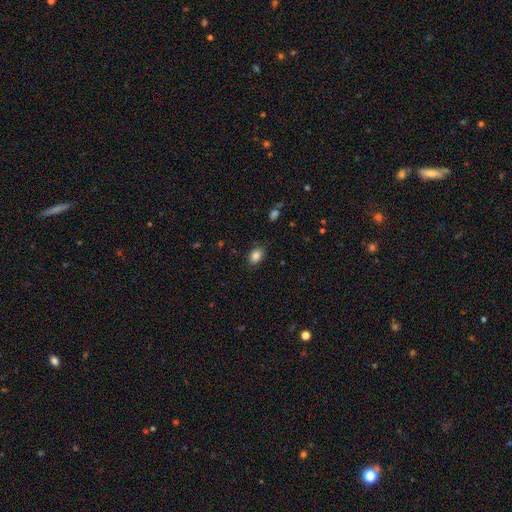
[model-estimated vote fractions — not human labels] The model was most divided on "how rounded": in between: 77%, round: 22%, cigar-shaped: 1%. More confident: smooth or featured — smooth (86%); merging — none (81%).